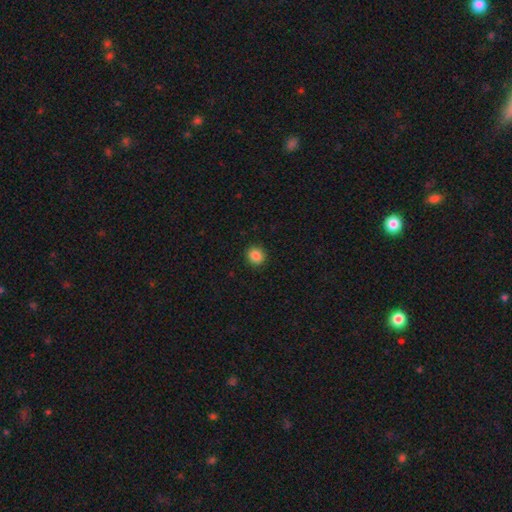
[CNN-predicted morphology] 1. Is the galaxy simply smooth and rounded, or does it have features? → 86% smooth, 10% star or artifact, 4% featured or disk.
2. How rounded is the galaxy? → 90% round, 9% in between, 1% cigar-shaped.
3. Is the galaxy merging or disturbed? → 92% none, 5% minor disturbance, 2% major disturbance, 1% merger.